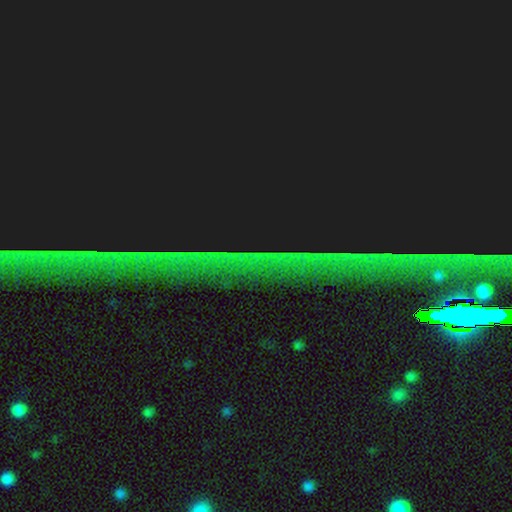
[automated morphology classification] smooth-or-featured: star or artifact: 81% | featured or disk: 10% | smooth: 9%